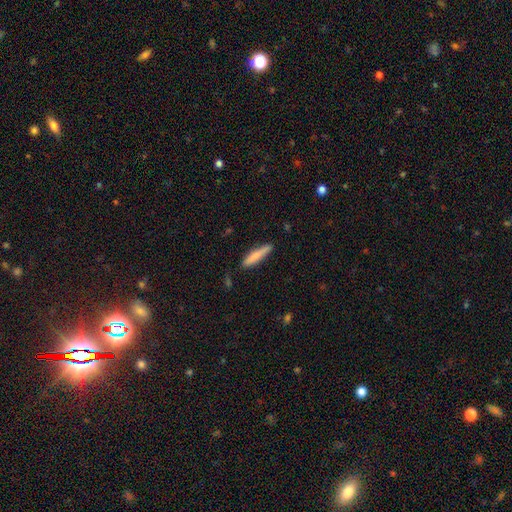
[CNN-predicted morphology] Smooth or featured?
  - smooth: 78% *
  - featured or disk: 17%
  - star or artifact: 6%
How rounded?
  - cigar-shaped: 87% *
  - in between: 11%
  - round: 1%
Merging?
  - none: 83% *
  - minor disturbance: 13%
  - major disturbance: 2%
  - merger: 2%